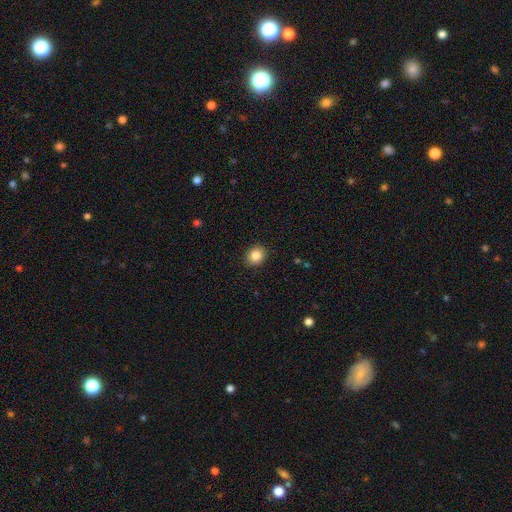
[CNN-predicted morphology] Overall: smooth (85%). How rounded: round (66%; in between 33%). Merging: none (91%).